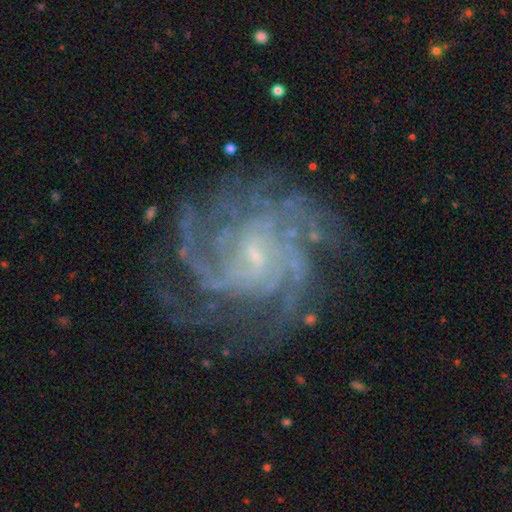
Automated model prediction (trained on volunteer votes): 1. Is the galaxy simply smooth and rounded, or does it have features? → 90% featured or disk, 6% star or artifact, 4% smooth.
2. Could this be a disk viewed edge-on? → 98% no, 2% yes.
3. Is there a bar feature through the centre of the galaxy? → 47% no, 43% weak, 10% strong.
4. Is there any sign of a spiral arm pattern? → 98% yes, 2% no.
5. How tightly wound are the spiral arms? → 59% tight, 35% medium, 6% loose.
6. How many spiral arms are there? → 29% 4, 20% can't tell, 19% more than 4, 14% 3, 10% 2, 8% 1.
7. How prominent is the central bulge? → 79% small, 12% moderate, 7% none, 1% large, 1% dominant.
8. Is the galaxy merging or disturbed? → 74% none, 15% minor disturbance, 9% major disturbance, 1% merger.